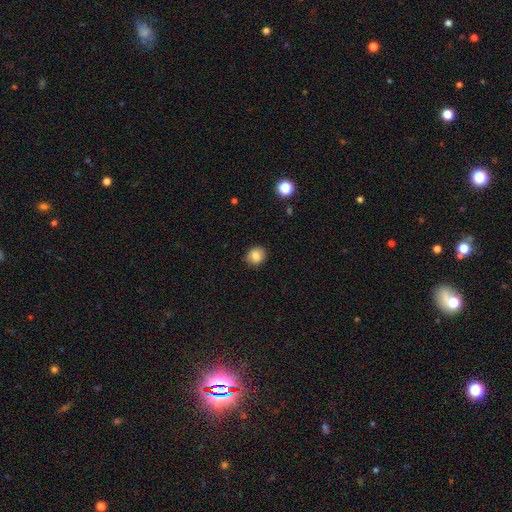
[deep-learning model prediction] Smooth or featured? smooth (83%)
How rounded? round (72%)
Merging? none (84%)